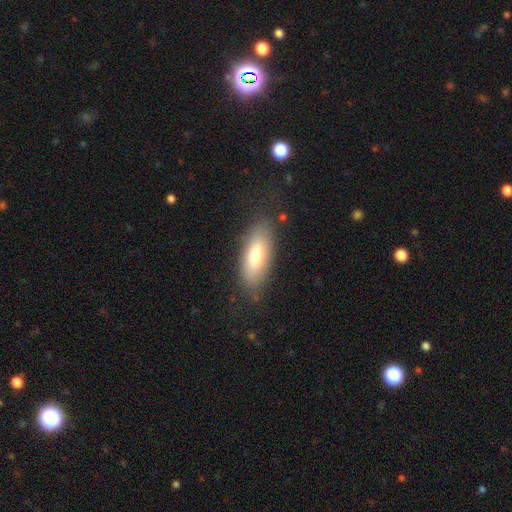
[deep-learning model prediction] Smooth or featured? Predicted: smooth (p=0.73). How rounded? Predicted: in between (p=0.74). Merging? Predicted: none (p=0.78).